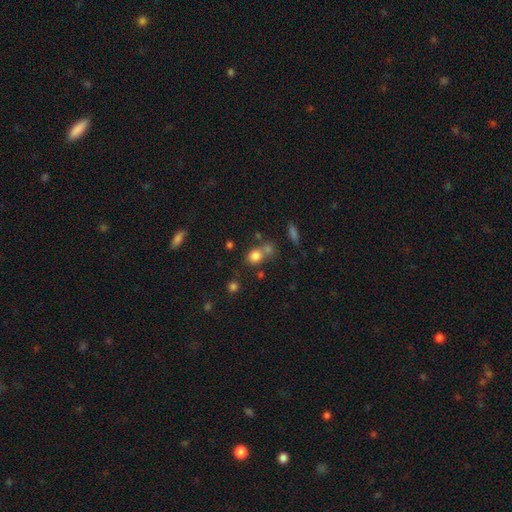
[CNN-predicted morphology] A smooth galaxy with no disk features (78%) that is round (64%).

Vote fractions:
- Smooth or featured? smooth: 78% / star or artifact: 14% / featured or disk: 8%
- How rounded? round: 64% / in between: 34% / cigar-shaped: 1%
- Merging? none: 52% / merger: 32% / minor disturbance: 11% / major disturbance: 5%